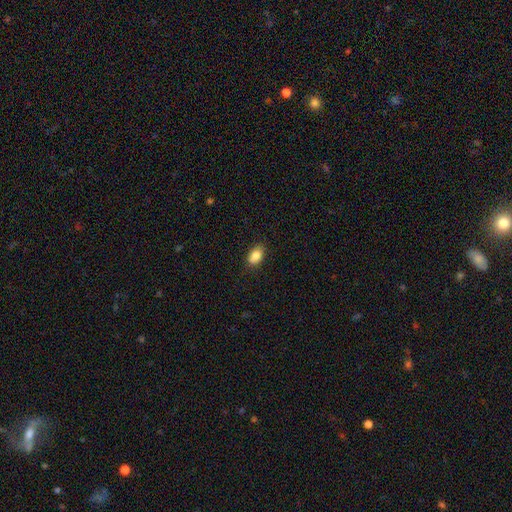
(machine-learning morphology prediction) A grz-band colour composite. It shows a smooth galaxy with no disk features (84%) that is in between round and cigar-shaped (87%). Merging: none (82%).